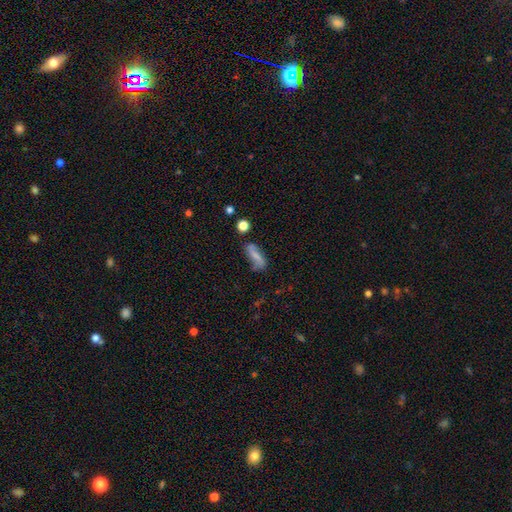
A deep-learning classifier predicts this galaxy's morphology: Smooth or featured: smooth — 61% (featured or disk — 30%)
How rounded: in between — 53% (cigar-shaped — 43%)
Merging: none — 60% (minor disturbance — 25%)